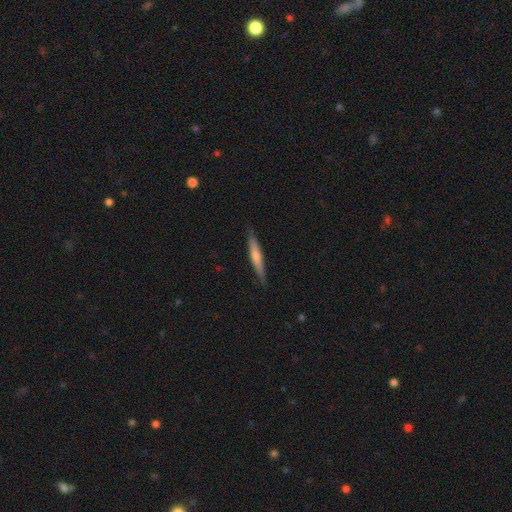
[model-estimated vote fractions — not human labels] Morphology: type=featured or disk (56%); edge-on=yes (96%); edge-on bulge=rounded (65%); merging=none (89%).